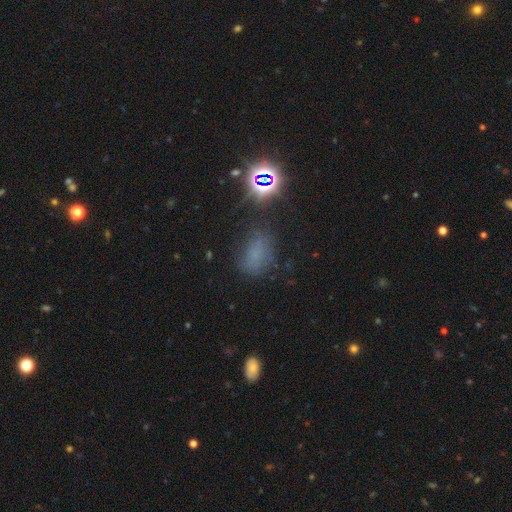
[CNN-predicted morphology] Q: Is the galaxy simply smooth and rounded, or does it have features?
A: smooth — 56%.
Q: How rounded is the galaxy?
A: in between — 75%.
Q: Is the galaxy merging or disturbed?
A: none — 60%.